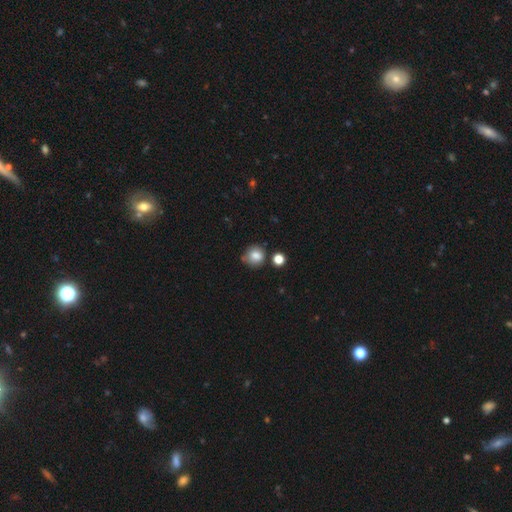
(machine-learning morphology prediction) smooth_or_featured: smooth (p=0.81) [alt: star or artifact p=0.10]
how_rounded: round (p=0.82) [alt: in between p=0.17]
merging: none (p=0.66) [alt: minor disturbance p=0.20]